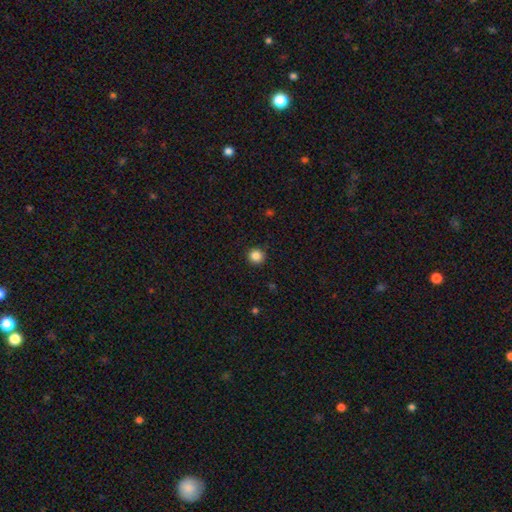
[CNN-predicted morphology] This is clearly a smooth galaxy (86%). How rounded: clearly round (94%). Merging: clearly none (92%).